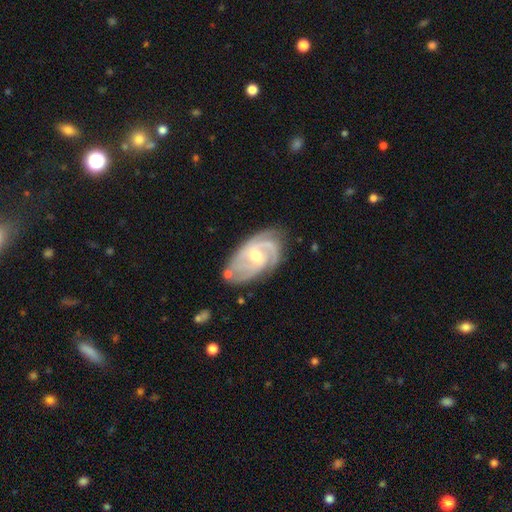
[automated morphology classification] A featured or disk galaxy (88%) with no bar (47%), 3 (45%) tight (56%) spiral arms (97%) and a moderate central bulge (65%).

Vote fractions:
- Smooth or featured? featured or disk: 88% / smooth: 7% / star or artifact: 4%
- Edge-on disk? no: 96% / yes: 4%
- Bar? no: 47% / weak: 43% / strong: 10%
- Spiral arms? yes: 97% / no: 3%
- Spiral winding? tight: 56% / medium: 36% / loose: 8%
- Spiral arm count? 3: 45% / 2: 22% / can't tell: 16% / 4: 9% / 1: 4% / more than 4: 4%
- Bulge size? moderate: 65% / small: 31% / large: 3% / none: 1% / dominant: 1%
- Merging? none: 69% / minor disturbance: 21% / major disturbance: 7% / merger: 3%